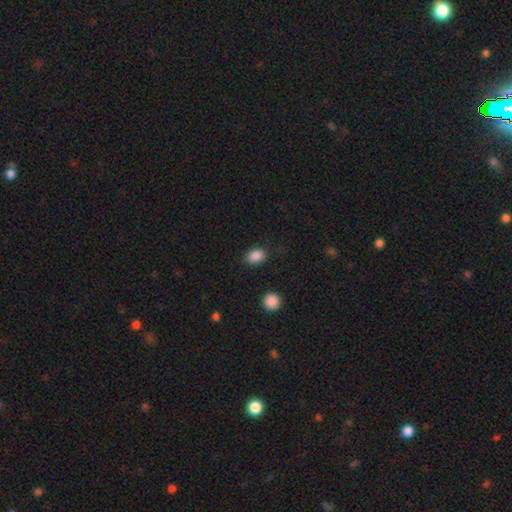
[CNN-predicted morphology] A smooth galaxy with no disk features (87%) that is in between round and cigar-shaped (72%). Merging: none (82%).